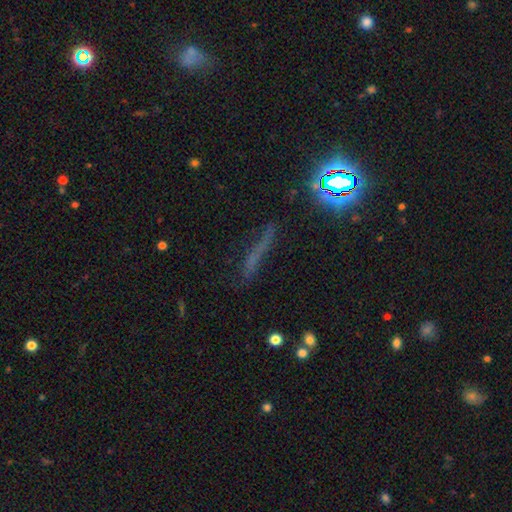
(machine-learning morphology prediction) Smooth or featured: smooth — 37% (star or artifact — 35%)
Merging: none — 70% (minor disturbance — 17%)